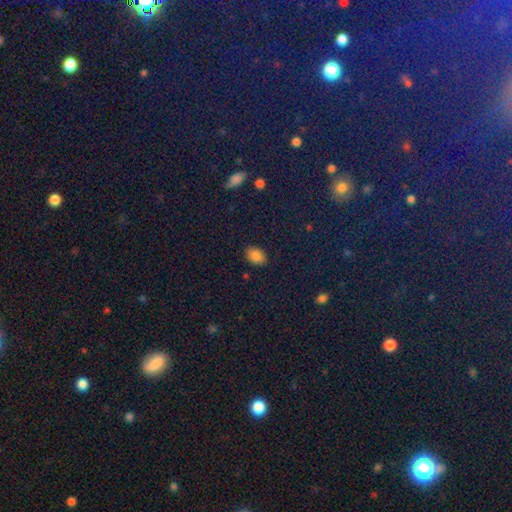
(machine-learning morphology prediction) smooth_or_featured: smooth (p=0.84) [alt: star or artifact p=0.11]
how_rounded: in between (p=0.82) [alt: round p=0.17]
merging: none (p=0.87) [alt: minor disturbance p=0.10]